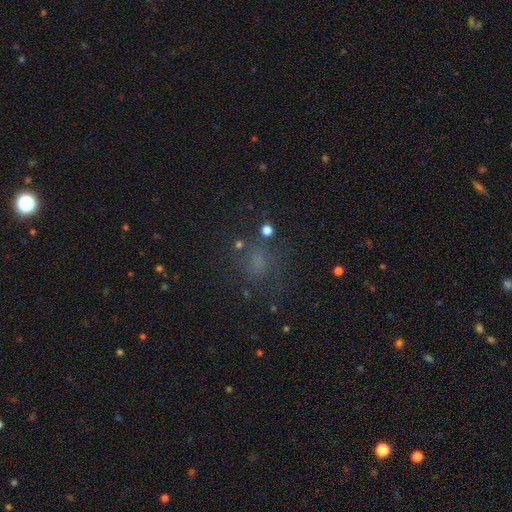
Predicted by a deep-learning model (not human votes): This appears to be a smooth galaxy with no disk features (45%). Merging: none (67%).